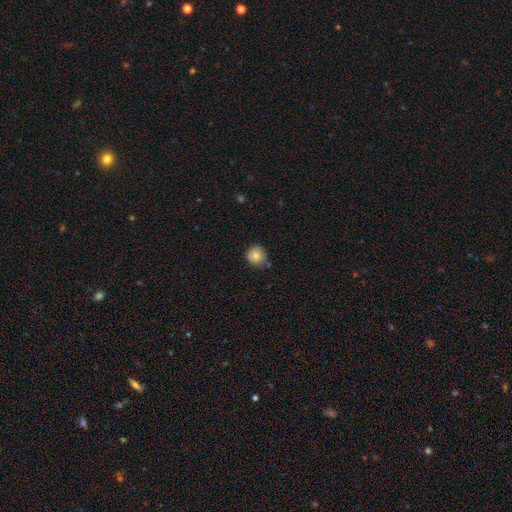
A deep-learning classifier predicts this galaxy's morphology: Overall: smooth (85%). How rounded: round (93%). Merging: none (77%).